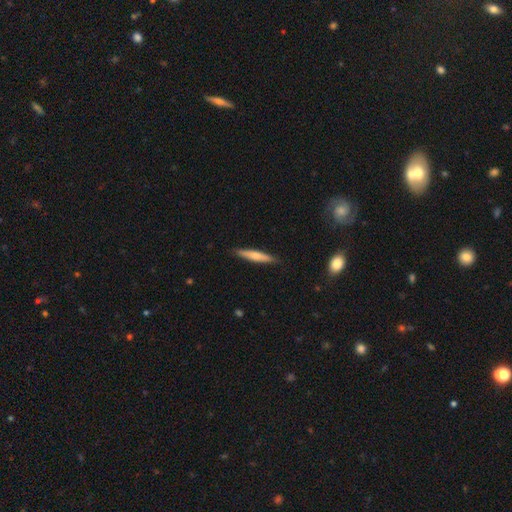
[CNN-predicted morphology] This is possibly a smooth galaxy (56%). How rounded: clearly cigar-shaped (90%). Merging: clearly none (89%).